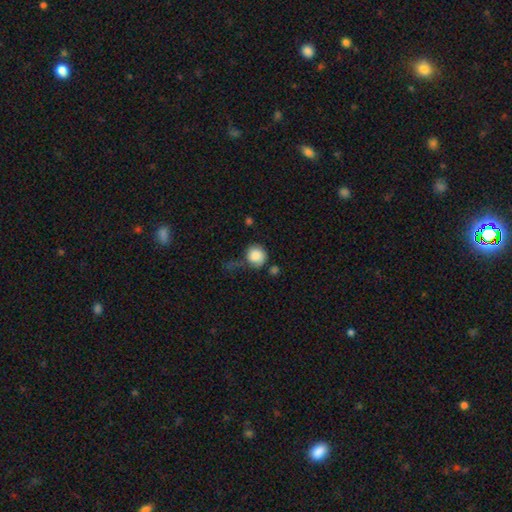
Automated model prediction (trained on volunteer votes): The model was most divided on "merging": none: 42%, minor disturbance: 29%, major disturbance: 21%, merger: 8%. More confident: smooth or featured — smooth (83%); how rounded — round (83%).